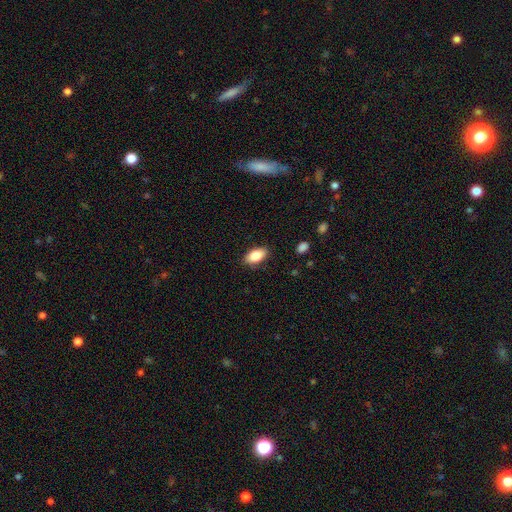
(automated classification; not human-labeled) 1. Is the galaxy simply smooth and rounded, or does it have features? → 86% smooth, 7% featured or disk, 7% star or artifact.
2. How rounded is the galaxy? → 92% in between, 4% round, 3% cigar-shaped.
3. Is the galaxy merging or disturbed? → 86% none, 11% minor disturbance, 2% major disturbance, 1% merger.